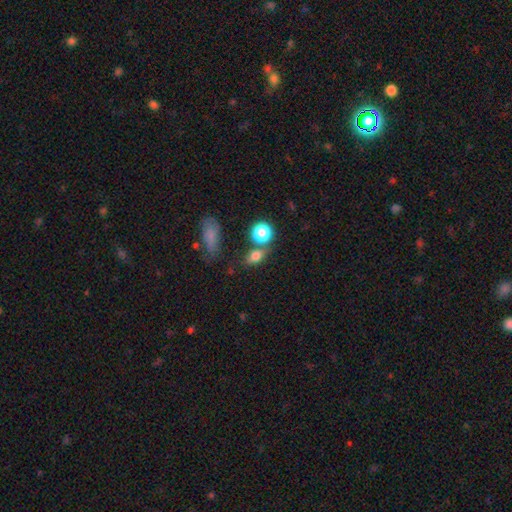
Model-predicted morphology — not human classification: This appears to be a smooth galaxy with no disk features (75%) that is in between round and cigar-shaped (60%). Merging: none (59%).